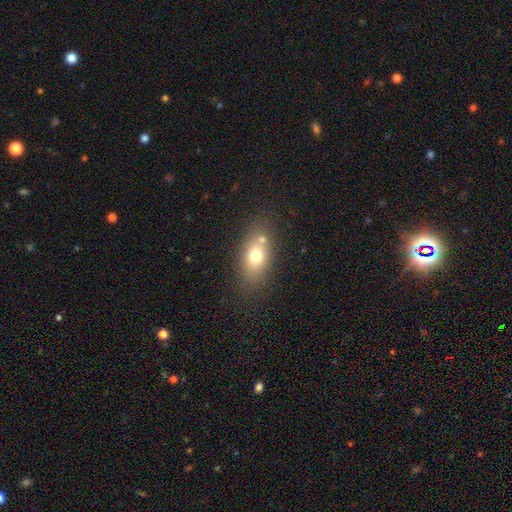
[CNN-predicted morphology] type=smooth (70%); roundness=in between (79%); merging=none (62%).